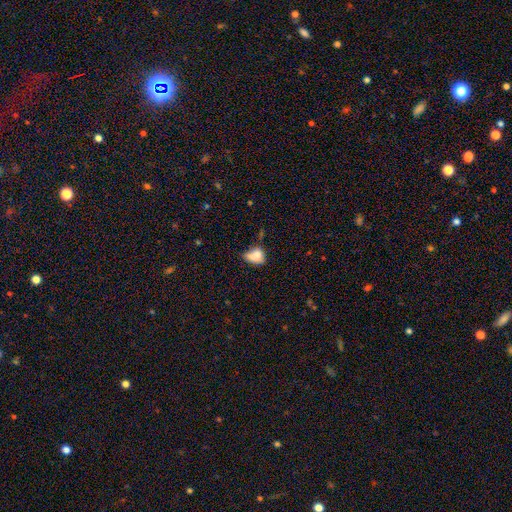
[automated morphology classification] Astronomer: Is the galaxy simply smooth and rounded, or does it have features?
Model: smooth — 69%.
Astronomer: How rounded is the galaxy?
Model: in between — 66%.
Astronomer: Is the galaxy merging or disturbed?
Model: none — 31% (runner-up: merger, 28%).